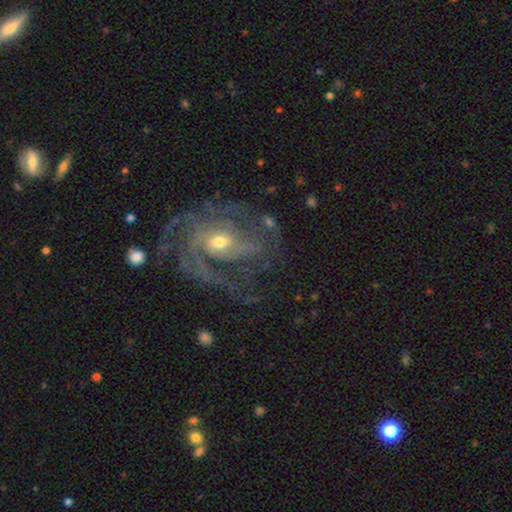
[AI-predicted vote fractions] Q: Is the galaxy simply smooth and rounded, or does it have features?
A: featured or disk — 85%.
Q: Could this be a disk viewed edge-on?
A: no — 96%.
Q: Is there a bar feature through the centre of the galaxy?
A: no — 43%.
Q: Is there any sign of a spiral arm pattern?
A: yes — 95%.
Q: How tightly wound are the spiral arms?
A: tight — 49%.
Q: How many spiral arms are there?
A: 3 — 26%.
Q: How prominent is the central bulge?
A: small — 50%.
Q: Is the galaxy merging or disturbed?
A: none — 66%.